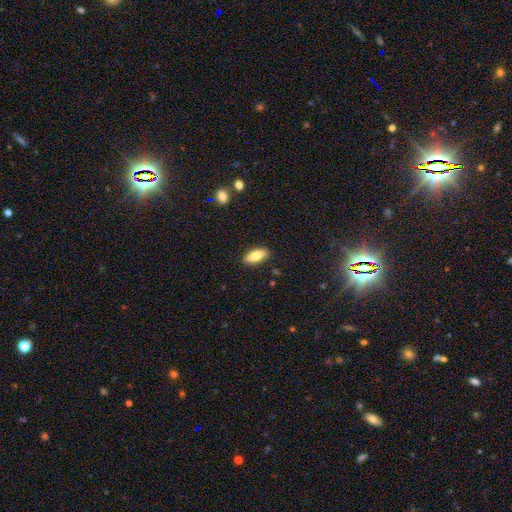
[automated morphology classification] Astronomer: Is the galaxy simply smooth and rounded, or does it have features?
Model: smooth — 78%.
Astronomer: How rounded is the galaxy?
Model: in between — 79%.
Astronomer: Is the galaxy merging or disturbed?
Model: none — 87%.